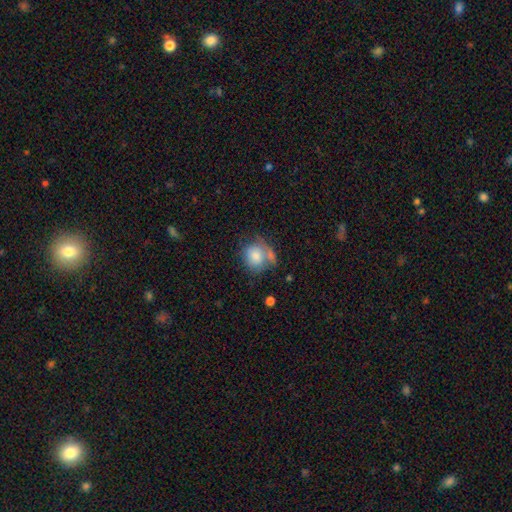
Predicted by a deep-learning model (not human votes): smooth-or-featured: smooth: 77% | featured or disk: 16% | star or artifact: 7%
  how-rounded: round: 69% | in between: 30% | cigar-shaped: 1%
  merging: none: 40% | merger: 27% | minor disturbance: 22% | major disturbance: 12%